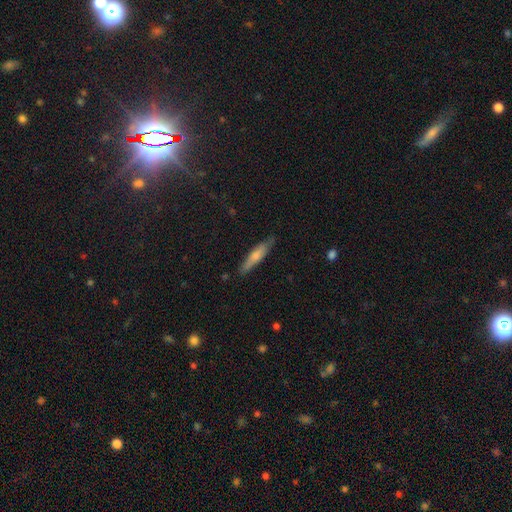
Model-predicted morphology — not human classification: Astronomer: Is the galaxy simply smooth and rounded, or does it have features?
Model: smooth — 63%.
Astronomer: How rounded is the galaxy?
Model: cigar-shaped — 83%.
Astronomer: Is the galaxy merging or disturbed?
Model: none — 82%.